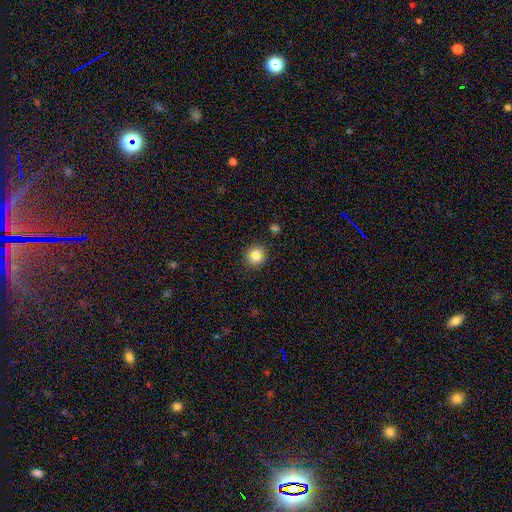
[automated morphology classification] Smooth or featured: smooth — 78% (star or artifact — 14%)
How rounded: round — 87% (in between — 12%)
Merging: none — 82% (minor disturbance — 9%)